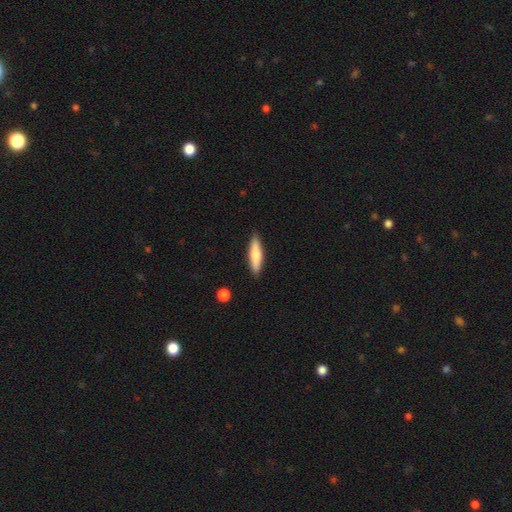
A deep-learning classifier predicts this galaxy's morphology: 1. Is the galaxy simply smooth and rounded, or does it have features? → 72% smooth, 22% featured or disk, 5% star or artifact.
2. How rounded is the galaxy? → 77% cigar-shaped, 22% in between, 2% round.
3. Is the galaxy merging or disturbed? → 89% none, 8% minor disturbance, 2% major disturbance, 1% merger.